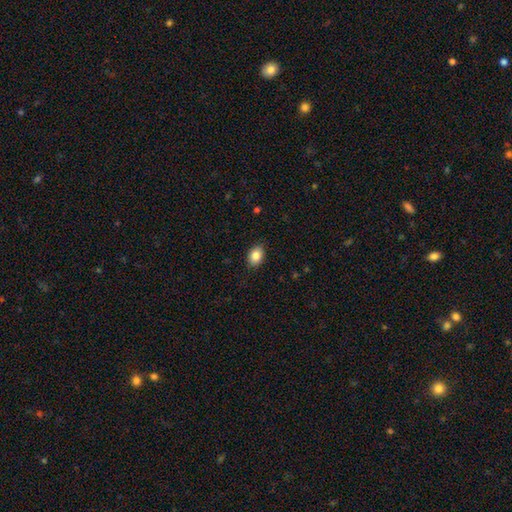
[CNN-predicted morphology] Overall: smooth (86%). How rounded: in between (77%). Merging: none (88%).